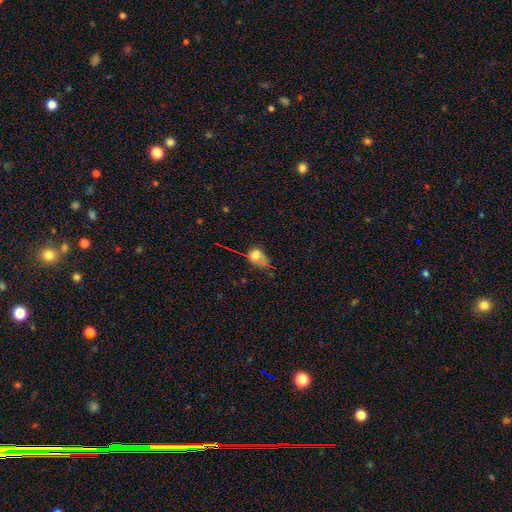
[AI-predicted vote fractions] Q: Smooth or featured?
A: smooth (61%); runner-up: star or artifact (22%)
Q: How rounded?
A: in between (60%); runner-up: round (36%)
Q: Merging?
A: none (39%); runner-up: minor disturbance (26%)